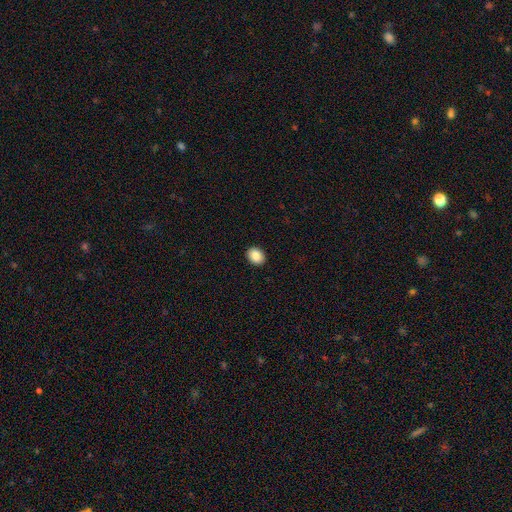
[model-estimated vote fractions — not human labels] Smooth or featured? smooth (87%)
How rounded? in between (55%)
Merging? none (92%)